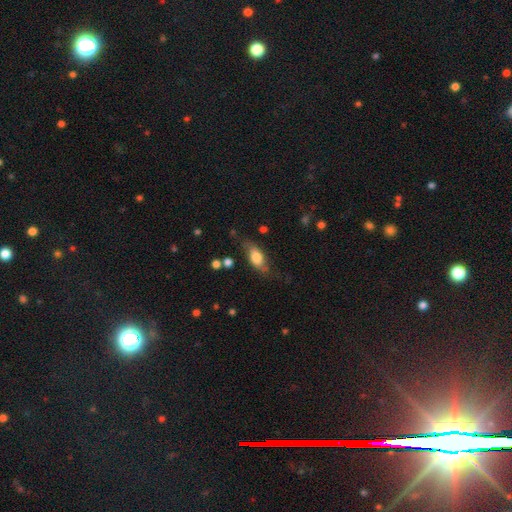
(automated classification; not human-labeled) smooth_or_featured: smooth (p=0.66) [alt: featured or disk p=0.26]
how_rounded: in between (p=0.80) [alt: cigar-shaped p=0.15]
merging: none (p=0.64) [alt: minor disturbance p=0.25]